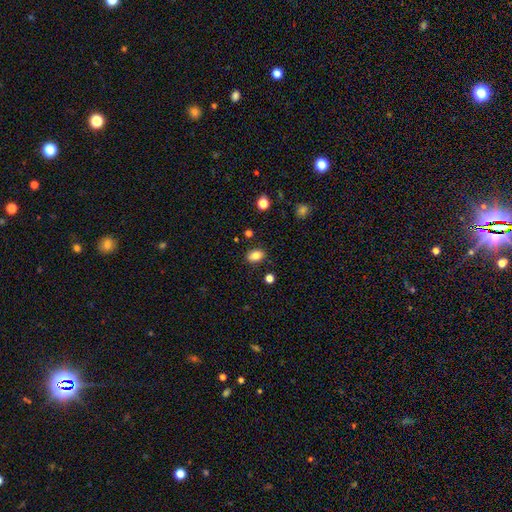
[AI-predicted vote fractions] A smooth galaxy with no disk features (82%) that is in between round and cigar-shaped (82%).

Vote fractions:
- Smooth or featured? smooth: 82% / star or artifact: 10% / featured or disk: 8%
- How rounded? in between: 82% / round: 17% / cigar-shaped: 2%
- Merging? none: 85% / minor disturbance: 10% / major disturbance: 2% / merger: 2%